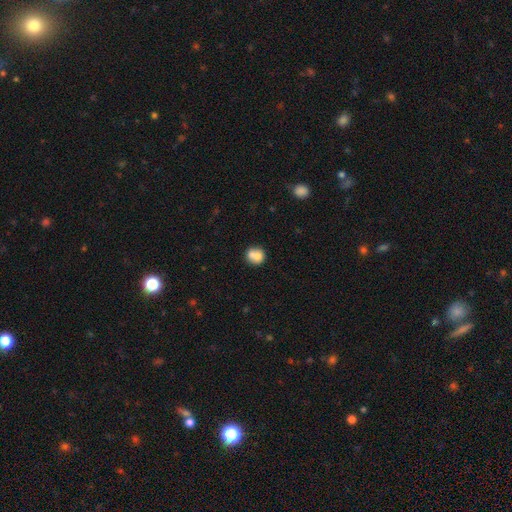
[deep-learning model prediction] The model was most divided on "merging": merger: 44%, none: 42%, minor disturbance: 11%, major disturbance: 4%. More confident: how rounded — round (78%); smooth or featured — smooth (75%).